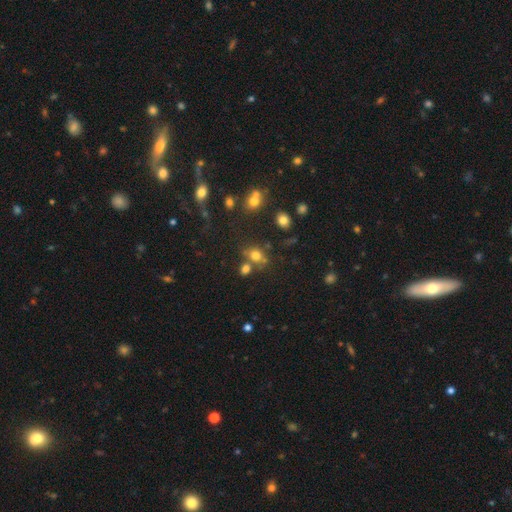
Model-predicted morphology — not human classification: This appears to be a smooth galaxy with no disk features (70%) that is round (64%). Merging: none (54%).